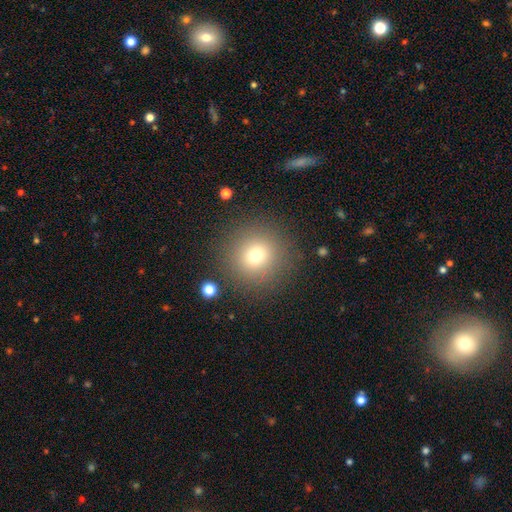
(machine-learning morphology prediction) Smooth or featured: smooth — 73% (star or artifact — 15%)
How rounded: round — 95% (in between — 4%)
Merging: none — 88% (minor disturbance — 6%)